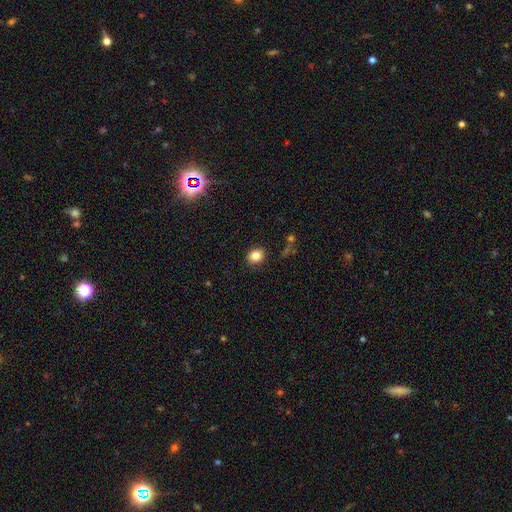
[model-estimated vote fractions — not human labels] smooth_or_featured: smooth (p=0.83) [alt: star or artifact p=0.11]
how_rounded: round (p=0.58) [alt: in between p=0.41]
merging: none (p=0.85) [alt: minor disturbance p=0.10]